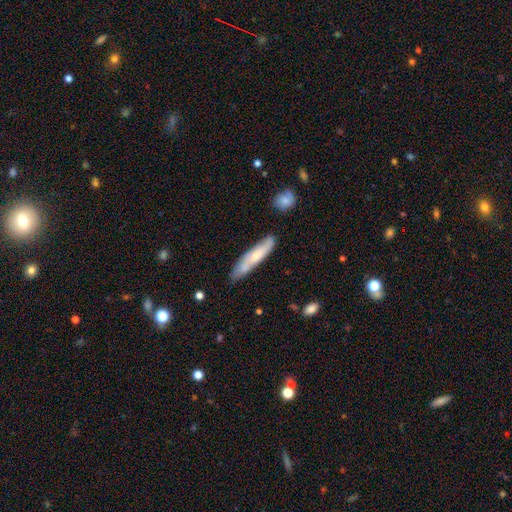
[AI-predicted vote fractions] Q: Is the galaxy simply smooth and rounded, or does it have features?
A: smooth — 60%.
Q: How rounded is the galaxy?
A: cigar-shaped — 85%.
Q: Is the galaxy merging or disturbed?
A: none — 70%.